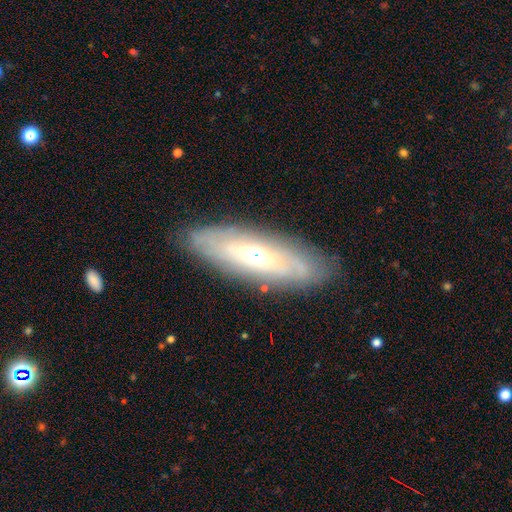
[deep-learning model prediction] Smooth or featured?
  - featured or disk: 63% *
  - smooth: 30%
  - star or artifact: 7%
Edge-on disk?
  - no: 71% *
  - yes: 29%
Merging?
  - none: 84% *
  - minor disturbance: 12%
  - major disturbance: 3%
  - merger: 1%